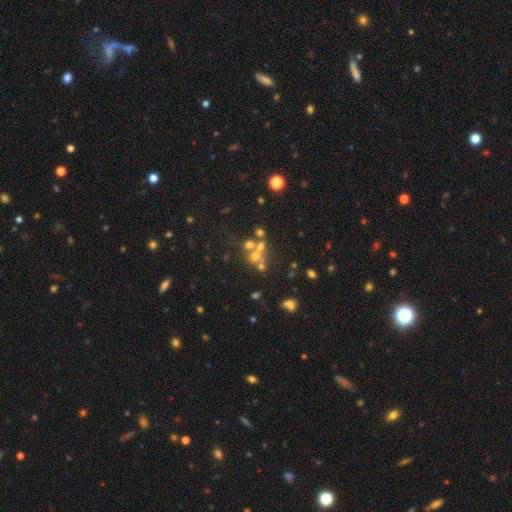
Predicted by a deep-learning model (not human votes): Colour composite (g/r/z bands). It shows a smooth galaxy with no disk features (42%). Merging: merger (45%).